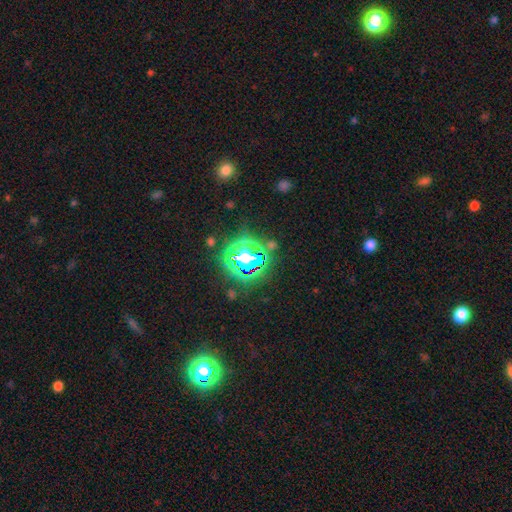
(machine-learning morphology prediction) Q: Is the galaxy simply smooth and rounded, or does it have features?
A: star or artifact — 77%.